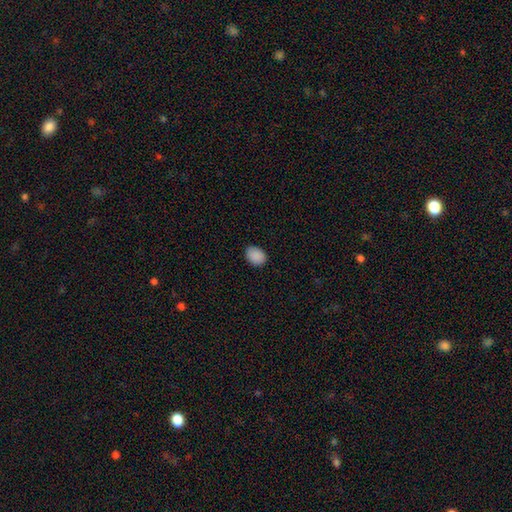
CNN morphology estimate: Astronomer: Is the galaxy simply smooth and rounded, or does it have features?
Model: smooth — 89%.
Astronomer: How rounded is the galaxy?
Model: in between — 66%.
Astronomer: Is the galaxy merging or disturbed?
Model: none — 85%.